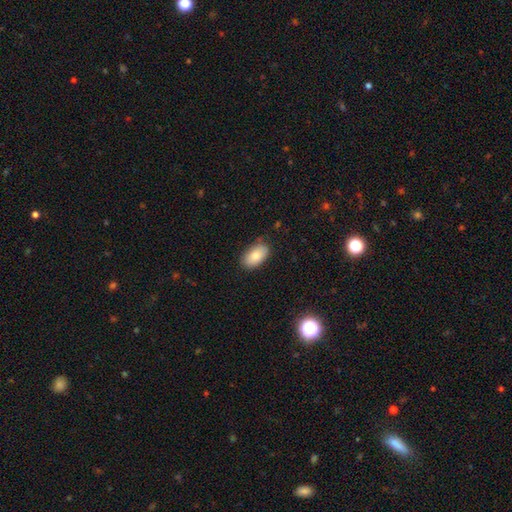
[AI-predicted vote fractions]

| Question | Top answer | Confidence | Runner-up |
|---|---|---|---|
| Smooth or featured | smooth | 84% | featured or disk (9%) |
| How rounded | in between | 94% | round (5%) |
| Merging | none | 81% | minor disturbance (15%) |